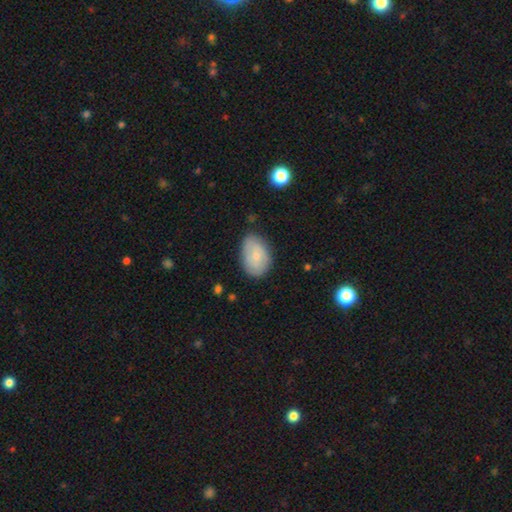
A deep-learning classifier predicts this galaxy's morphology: A smooth galaxy with no disk features (52%) that is in between round and cigar-shaped (86%). Merging: none (73%).